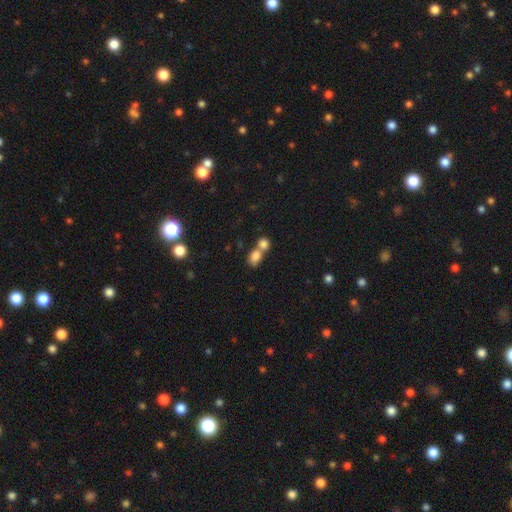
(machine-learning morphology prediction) smooth 79%, star or artifact 10%, featured or disk 10%. Down the decision tree: how rounded — in between (60%); merging — merger (64%).